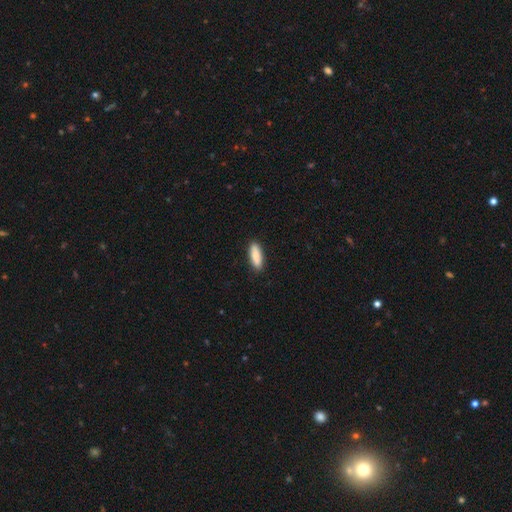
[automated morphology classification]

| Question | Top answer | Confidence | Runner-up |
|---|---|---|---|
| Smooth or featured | smooth | 88% | featured or disk (7%) |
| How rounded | in between | 60% | cigar-shaped (39%) |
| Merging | none | 89% | minor disturbance (8%) |